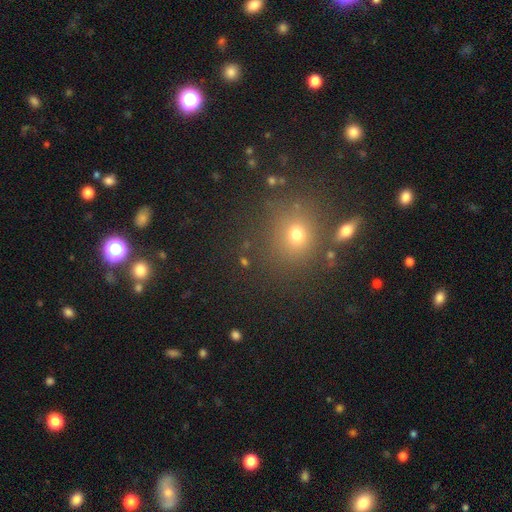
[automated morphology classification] Smooth or featured? Predicted: smooth (p=0.52). How rounded? Predicted: round (p=0.88). Merging? Predicted: none (p=0.85).